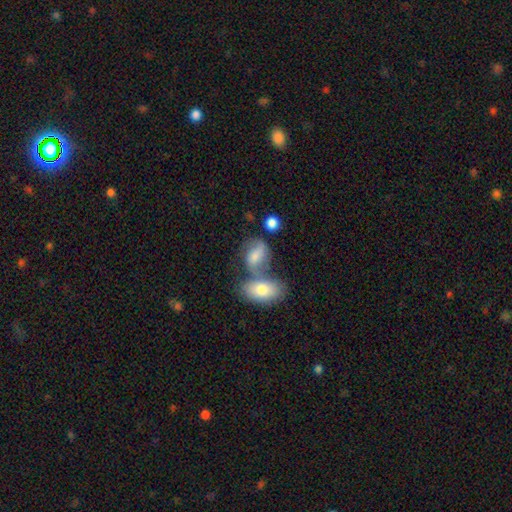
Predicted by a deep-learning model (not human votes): smooth_or_featured: smooth (p=0.60) [alt: featured or disk p=0.31]
how_rounded: in between (p=0.79) [alt: round p=0.18]
merging: merger (p=0.44) [alt: none p=0.31]